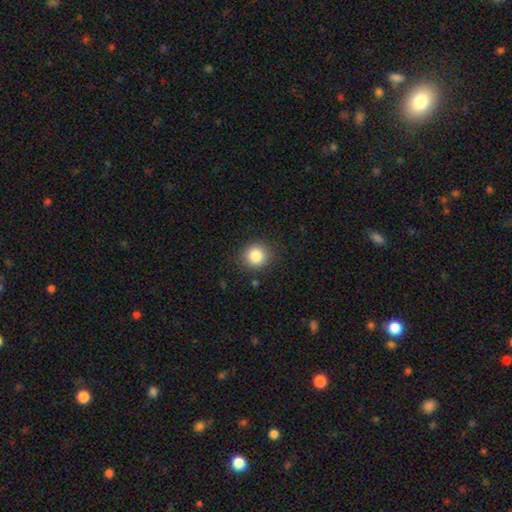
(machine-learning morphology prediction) Q: Smooth or featured?
A: smooth (84%); runner-up: star or artifact (10%)
Q: How rounded?
A: round (89%); runner-up: in between (10%)
Q: Merging?
A: none (88%); runner-up: minor disturbance (8%)